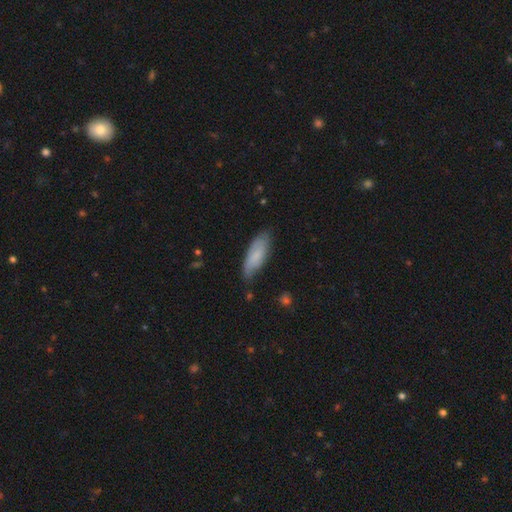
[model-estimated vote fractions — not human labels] Smooth or featured? Predicted: smooth (p=0.72). How rounded? Predicted: in between (p=0.66). Merging? Predicted: none (p=0.71).